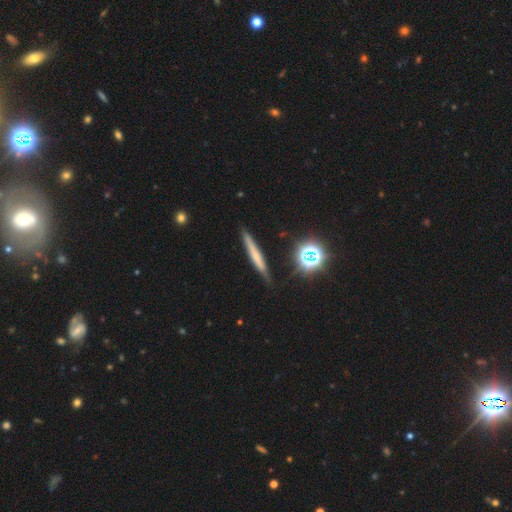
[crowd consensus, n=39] Smooth or featured? 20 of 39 (51%) said smooth. How rounded? 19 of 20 (95%) said cigar-shaped. Merging? 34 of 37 (92%) said none.